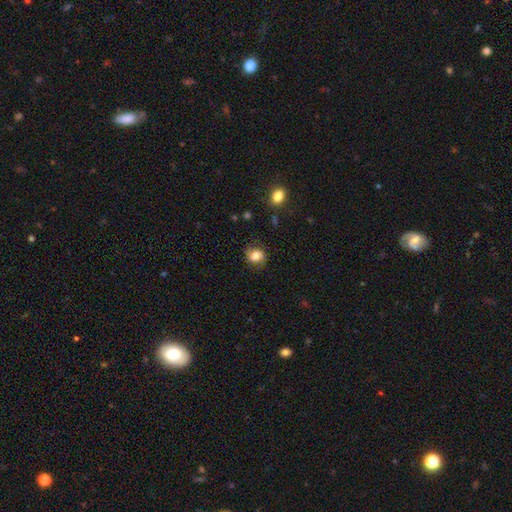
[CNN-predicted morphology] This is likely a smooth galaxy (76%). How rounded: possibly round (59%). Merging: likely none (73%).